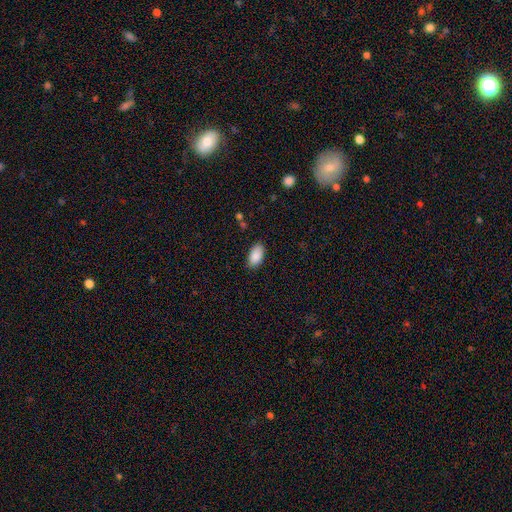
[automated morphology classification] Smooth or featured? Predicted: smooth (p=0.89). How rounded? Predicted: in between (p=0.95). Merging? Predicted: none (p=0.86).